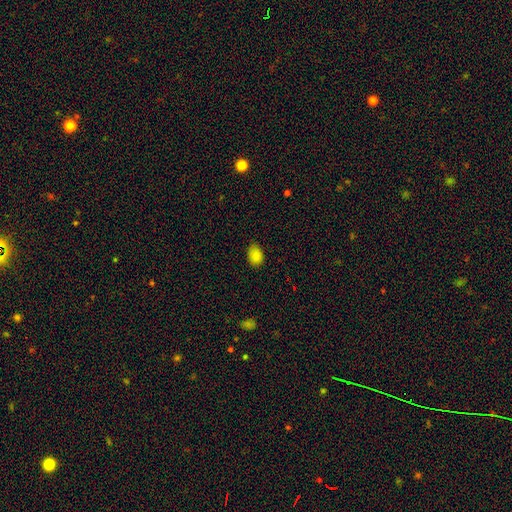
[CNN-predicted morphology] A smooth galaxy with no disk features (84%) that is in between round and cigar-shaped (80%).

Vote fractions:
- Smooth or featured? smooth: 84% / star or artifact: 12% / featured or disk: 4%
- How rounded? in between: 80% / round: 19% / cigar-shaped: 1%
- Merging? none: 77% / minor disturbance: 19% / major disturbance: 3% / merger: 1%